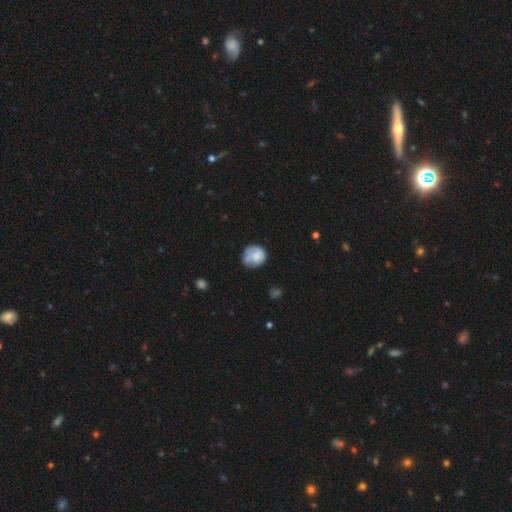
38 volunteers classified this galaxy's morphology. A smooth galaxy with no disk features (53%) that is round (75%).

Vote fractions:
- Smooth or featured? smooth: 53% / featured or disk: 47% / star or artifact: 0%
- How rounded? round: 75% / in between: 20% / cigar-shaped: 5%
- Merging? none: 45% / minor disturbance: 29% / major disturbance: 21% / merger: 5%